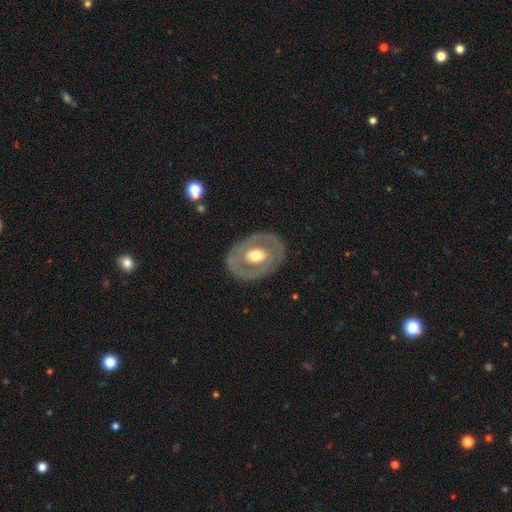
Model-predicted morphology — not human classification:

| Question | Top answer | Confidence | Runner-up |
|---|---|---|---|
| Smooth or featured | featured or disk | 61% | smooth (35%) |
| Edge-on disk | no | 93% | yes (7%) |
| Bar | no | 74% | weak (18%) |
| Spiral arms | no | 83% | yes (17%) |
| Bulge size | moderate | 63% | large (26%) |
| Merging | none | 81% | minor disturbance (12%) |